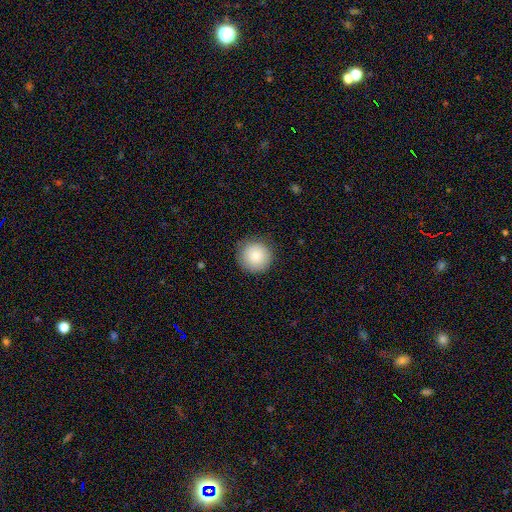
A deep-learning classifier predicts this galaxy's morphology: A smooth galaxy with no disk features (86%) that is round (95%). Merging: none (88%).